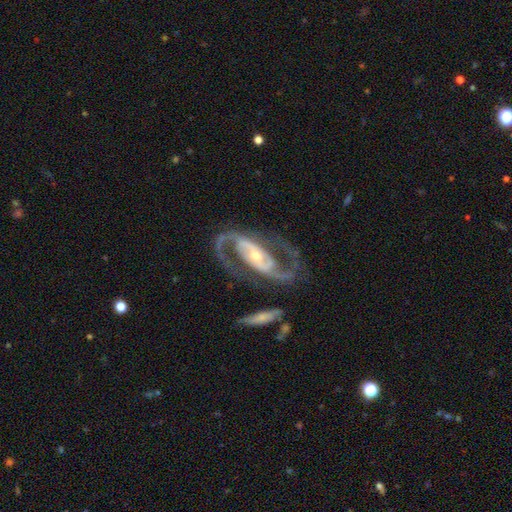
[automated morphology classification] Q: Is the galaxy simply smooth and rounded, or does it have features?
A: featured or disk — 92%.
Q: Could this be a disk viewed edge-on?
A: no — 96%.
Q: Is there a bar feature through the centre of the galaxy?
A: strong — 45%.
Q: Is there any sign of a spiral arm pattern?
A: yes — 97%.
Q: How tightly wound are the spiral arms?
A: medium — 58%.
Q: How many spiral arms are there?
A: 2 — 93%.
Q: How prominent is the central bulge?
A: small — 52%.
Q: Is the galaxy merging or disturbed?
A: none — 74%.